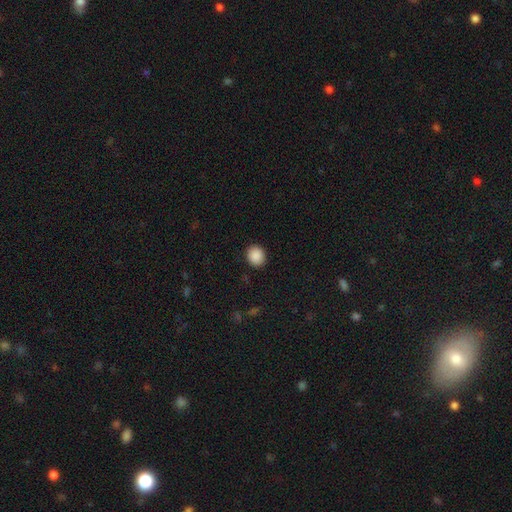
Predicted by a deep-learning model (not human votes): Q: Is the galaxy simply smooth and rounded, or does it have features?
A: smooth — 89%.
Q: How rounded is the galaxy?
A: round — 76%.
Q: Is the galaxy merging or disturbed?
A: none — 91%.